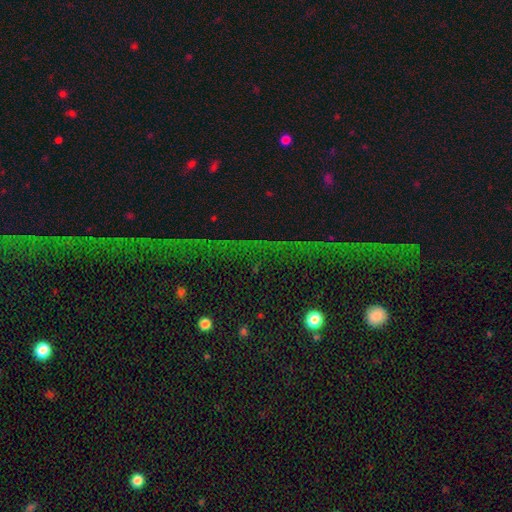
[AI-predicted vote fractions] Smooth or featured? Predicted: star or artifact (p=0.72).